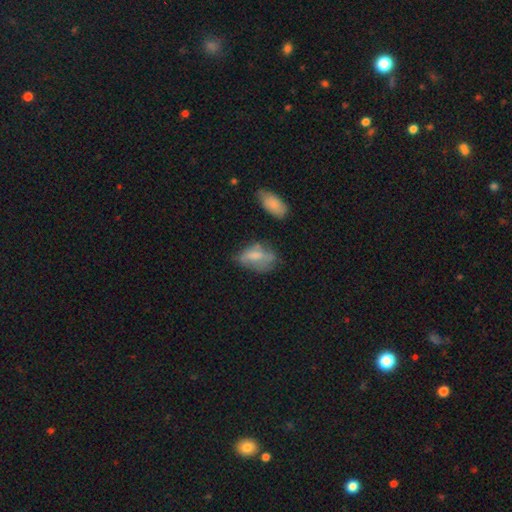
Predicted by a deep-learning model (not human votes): smooth-or-featured: smooth: 63% | featured or disk: 28% | star or artifact: 9%
  how-rounded: in between: 87% | round: 9% | cigar-shaped: 5%
  merging: none: 39% | minor disturbance: 32% | major disturbance: 22% | merger: 7%